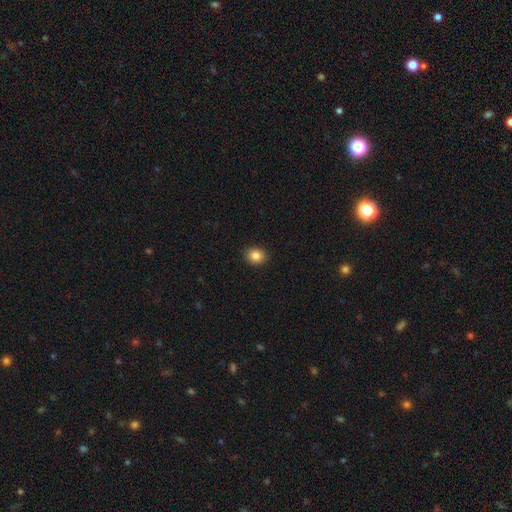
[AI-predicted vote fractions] Overall: smooth (85%). How rounded: round (61%; in between 39%). Merging: none (91%).